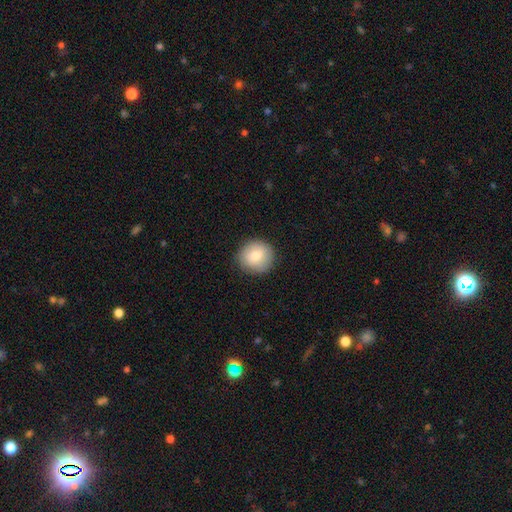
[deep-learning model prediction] Smooth or featured?
  - smooth: 81% *
  - featured or disk: 12%
  - star or artifact: 7%
How rounded?
  - round: 91% *
  - in between: 8%
  - cigar-shaped: 1%
Merging?
  - none: 87% *
  - minor disturbance: 9%
  - major disturbance: 2%
  - merger: 1%